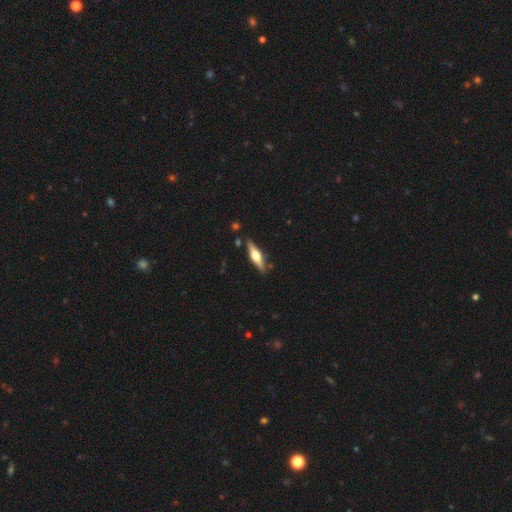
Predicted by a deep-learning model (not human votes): A featured or disk galaxy (67%) viewed edge-on (96%) with a rounded central bulge (93%). Merging: none (85%).